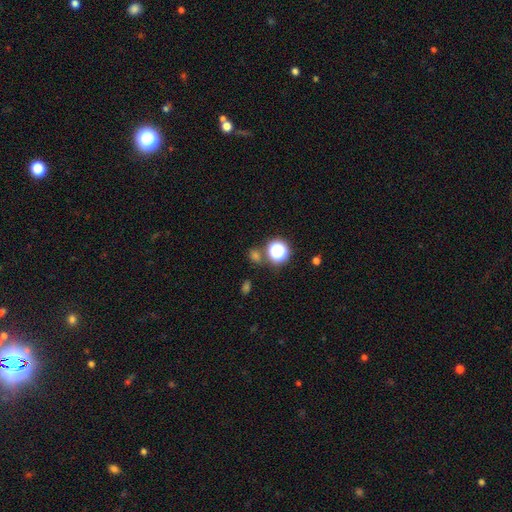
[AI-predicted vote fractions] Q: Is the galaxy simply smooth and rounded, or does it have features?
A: smooth — 54%.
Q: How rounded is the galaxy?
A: round — 70%.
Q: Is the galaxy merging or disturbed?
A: none — 74%.